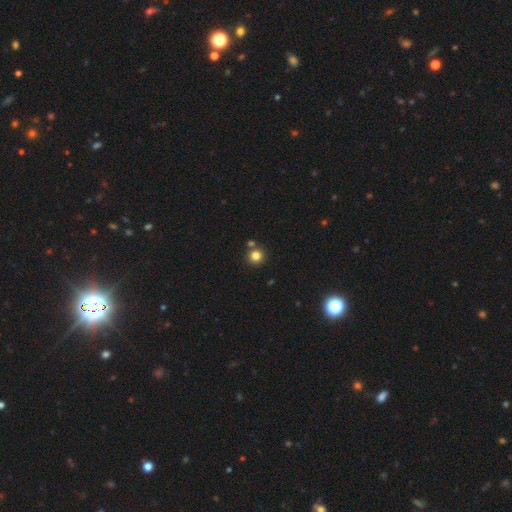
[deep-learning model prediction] This appears to be a smooth galaxy with no disk features (82%) that is round (92%). Merging: none (77%).